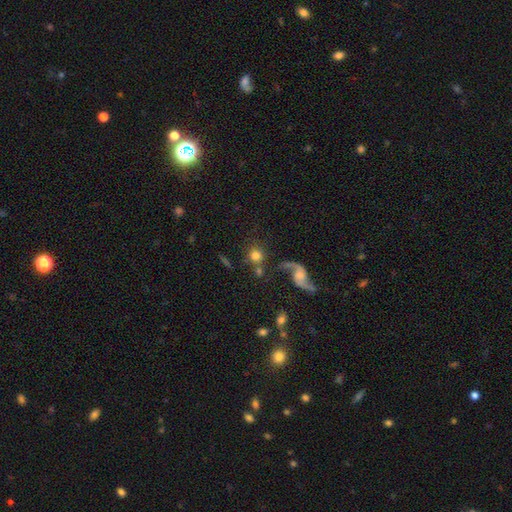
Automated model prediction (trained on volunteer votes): Q: Smooth or featured?
A: smooth (69%); runner-up: featured or disk (22%)
Q: How rounded?
A: round (89%); runner-up: in between (9%)
Q: Merging?
A: none (65%); runner-up: merger (16%)